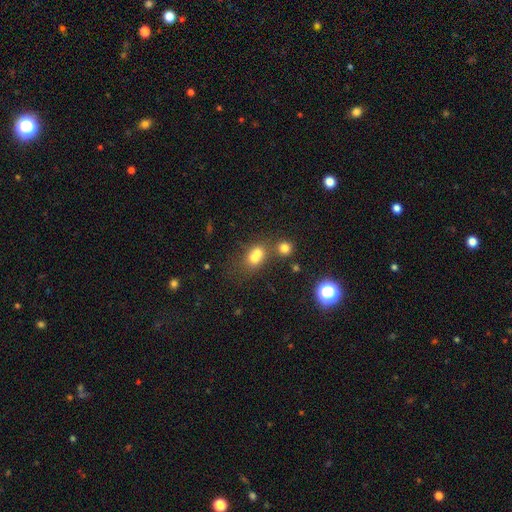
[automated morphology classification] Smooth or featured? smooth (65%)
How rounded? round (66%)
Merging? merger (62%)